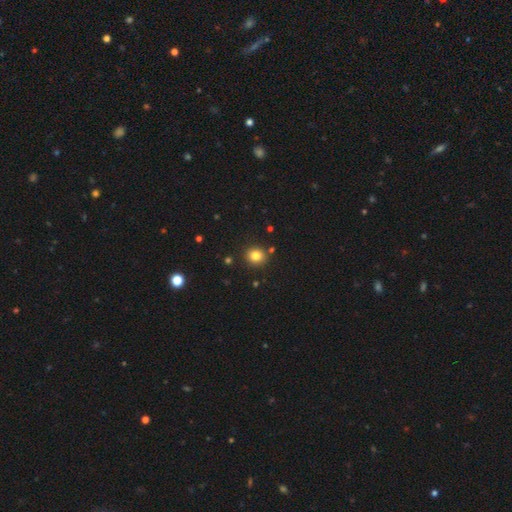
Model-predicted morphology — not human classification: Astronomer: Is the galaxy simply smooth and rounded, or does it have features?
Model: smooth — 81%.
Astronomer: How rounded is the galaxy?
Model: round — 86%.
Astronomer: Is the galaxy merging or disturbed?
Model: none — 88%.